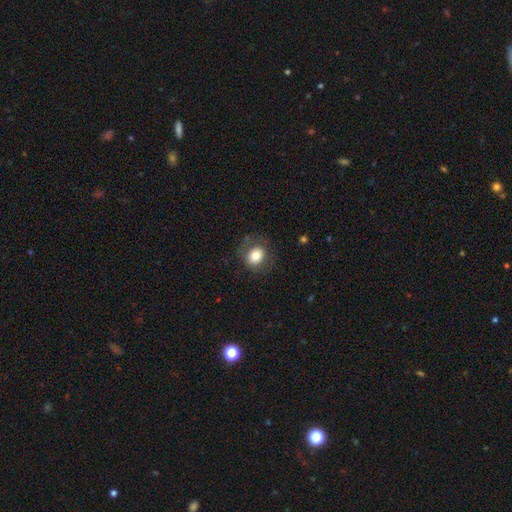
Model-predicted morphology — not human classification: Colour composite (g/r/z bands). It shows a smooth galaxy with no disk features (76%) that is round (62%). Merging: none (75%).